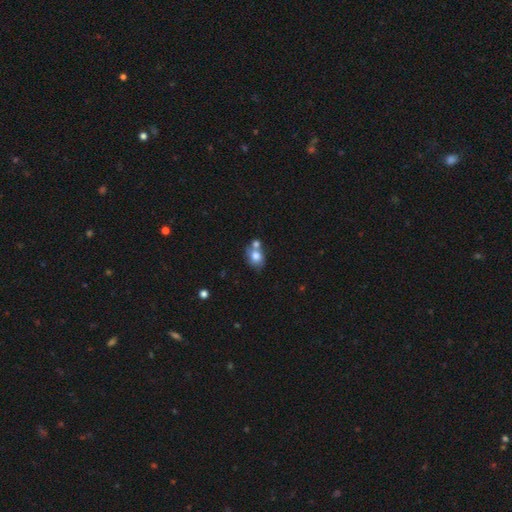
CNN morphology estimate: A smooth galaxy with no disk features (77%) that is round (51%).

Vote fractions:
- Smooth or featured? smooth: 77% / featured or disk: 14% / star or artifact: 9%
- How rounded? round: 51% / in between: 47% / cigar-shaped: 1%
- Merging? none: 44% / merger: 38% / minor disturbance: 13% / major disturbance: 5%